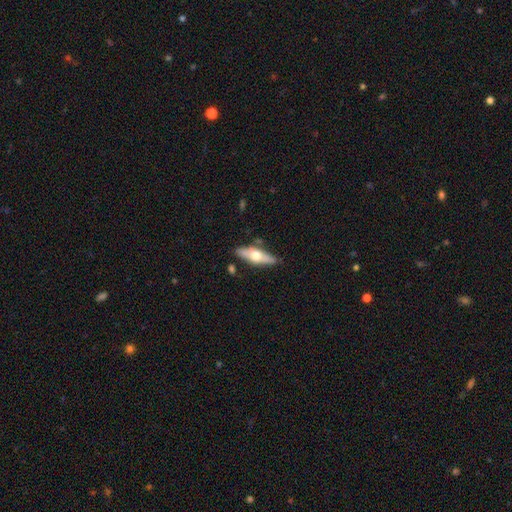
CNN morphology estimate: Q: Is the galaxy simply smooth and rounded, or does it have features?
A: featured or disk — 49%.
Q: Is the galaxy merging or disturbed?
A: none — 79%.